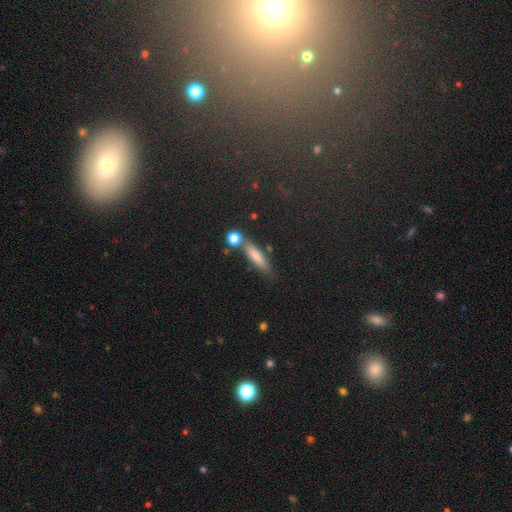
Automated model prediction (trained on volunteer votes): smooth_or_featured: smooth (p=0.75) [alt: featured or disk p=0.14]
how_rounded: cigar-shaped (p=0.65) [alt: in between p=0.30]
merging: none (p=0.70) [alt: minor disturbance p=0.14]